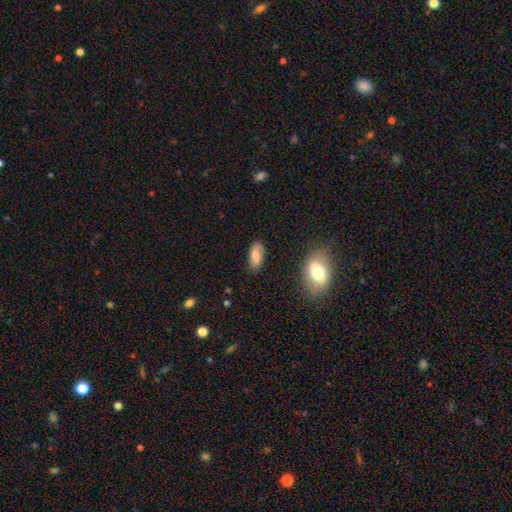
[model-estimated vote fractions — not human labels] The model was most divided on "smooth or featured": smooth: 63%, featured or disk: 29%, star or artifact: 8%. More confident: how rounded — in between (88%); merging — none (76%).